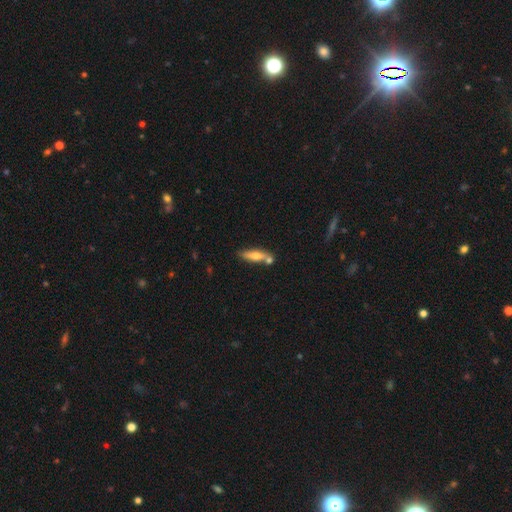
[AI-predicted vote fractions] This is likely a smooth galaxy (62%). How rounded: likely cigar-shaped (68%). Merging: possibly none (59%).